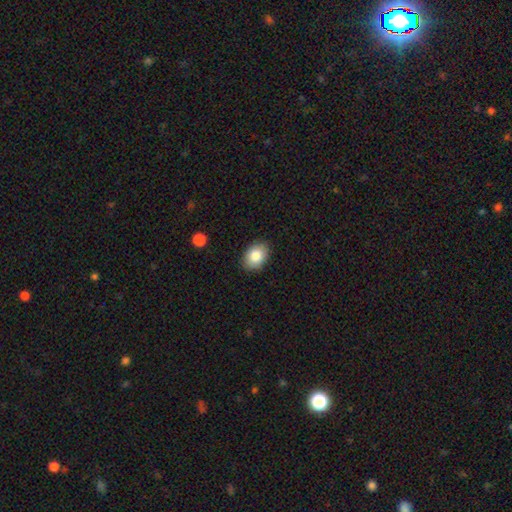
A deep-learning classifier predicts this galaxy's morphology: The model was most divided on "how rounded": in between: 78%, round: 21%, cigar-shaped: 1%. More confident: merging — none (88%); smooth or featured — smooth (84%).